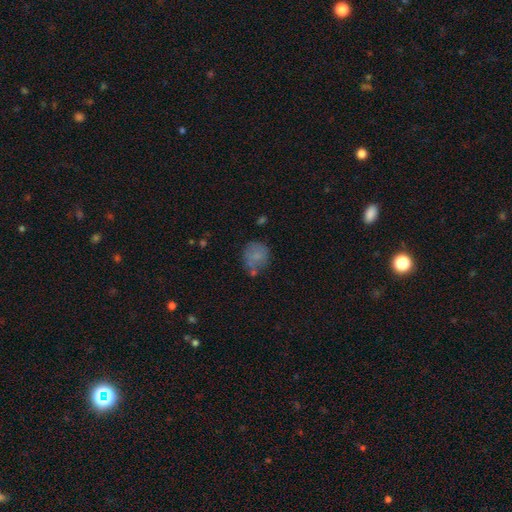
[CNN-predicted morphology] Smooth or featured?
  - smooth: 74% *
  - featured or disk: 16%
  - star or artifact: 11%
How rounded?
  - round: 80% *
  - in between: 19%
  - cigar-shaped: 1%
Merging?
  - none: 58% *
  - minor disturbance: 22%
  - major disturbance: 10%
  - merger: 10%